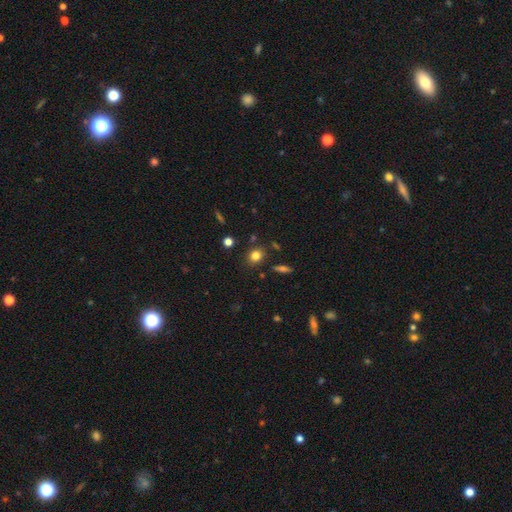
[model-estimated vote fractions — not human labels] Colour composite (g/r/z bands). It shows a smooth galaxy with no disk features (80%) that is round (65%). Merging: none (82%).